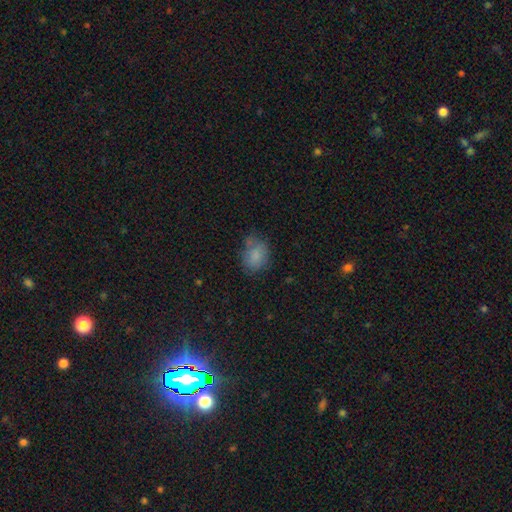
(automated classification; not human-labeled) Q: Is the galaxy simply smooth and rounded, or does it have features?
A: smooth — 80%.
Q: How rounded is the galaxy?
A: in between — 67%.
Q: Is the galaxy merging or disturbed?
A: none — 57%.